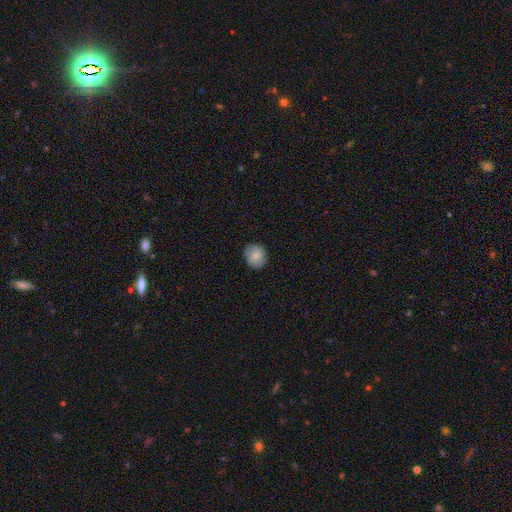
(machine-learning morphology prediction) smooth_or_featured: smooth (p=0.77) [alt: featured or disk p=0.15]
how_rounded: round (p=0.71) [alt: in between p=0.28]
merging: none (p=0.83) [alt: minor disturbance p=0.13]